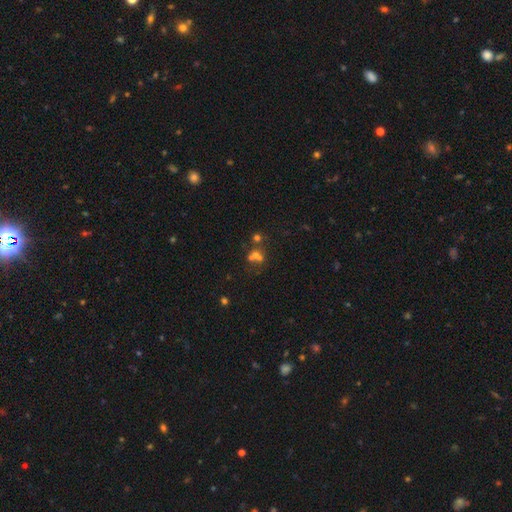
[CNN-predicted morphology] This is possibly a smooth galaxy (49%). Merging: possibly merger (48%).